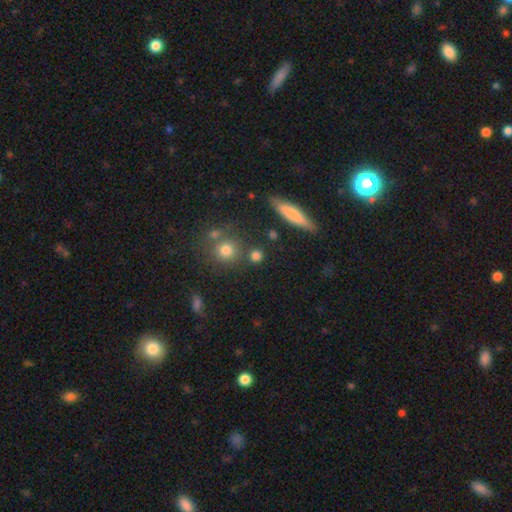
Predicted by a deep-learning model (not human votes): A smooth galaxy with no disk features (78%) that is round (79%). Merging: none (77%).